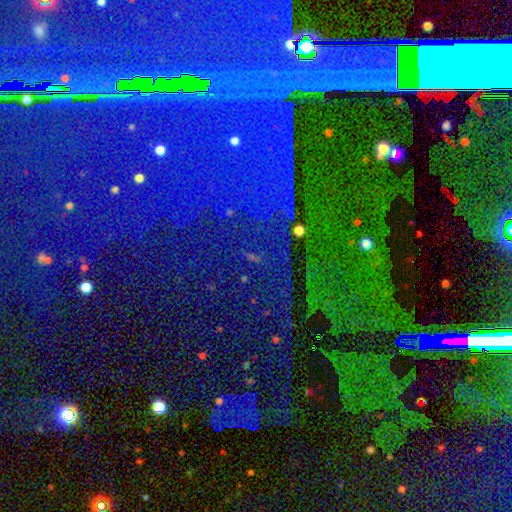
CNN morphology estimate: Smooth or featured? star or artifact (81%)